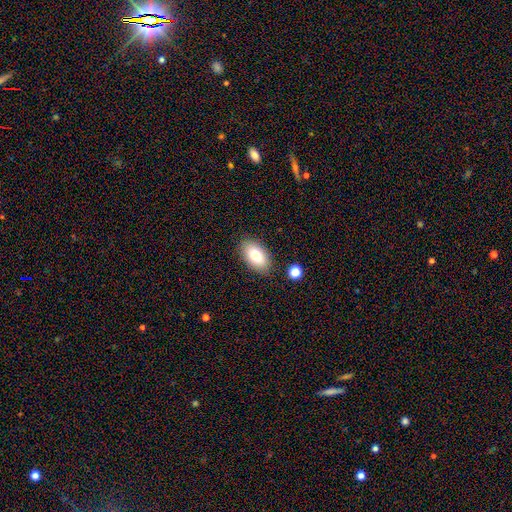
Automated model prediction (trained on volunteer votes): Q: Smooth or featured?
A: smooth (79%); runner-up: featured or disk (13%)
Q: How rounded?
A: in between (93%); runner-up: round (4%)
Q: Merging?
A: none (85%); runner-up: minor disturbance (10%)